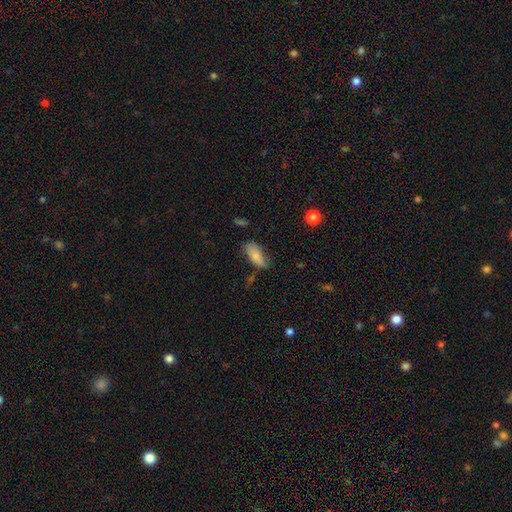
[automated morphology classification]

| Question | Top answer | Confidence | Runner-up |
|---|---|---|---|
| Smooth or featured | smooth | 80% | featured or disk (13%) |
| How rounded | in between | 83% | cigar-shaped (15%) |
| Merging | none | 59% | minor disturbance (31%) |